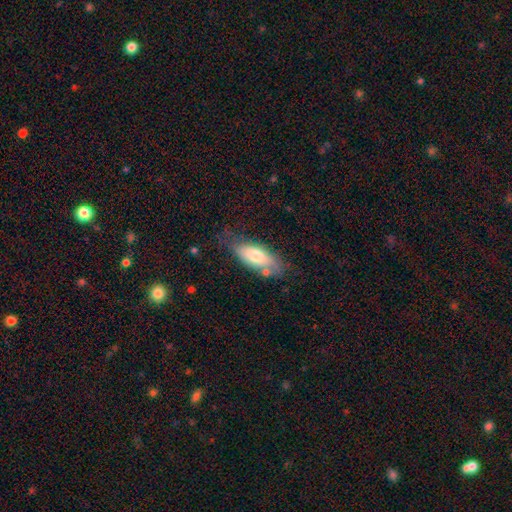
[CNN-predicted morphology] A smooth galaxy with no disk features (70%) that is in between round and cigar-shaped (79%).

Vote fractions:
- Smooth or featured? smooth: 70% / featured or disk: 24% / star or artifact: 6%
- How rounded? in between: 79% / cigar-shaped: 18% / round: 2%
- Merging? none: 57% / minor disturbance: 27% / major disturbance: 8% / merger: 7%